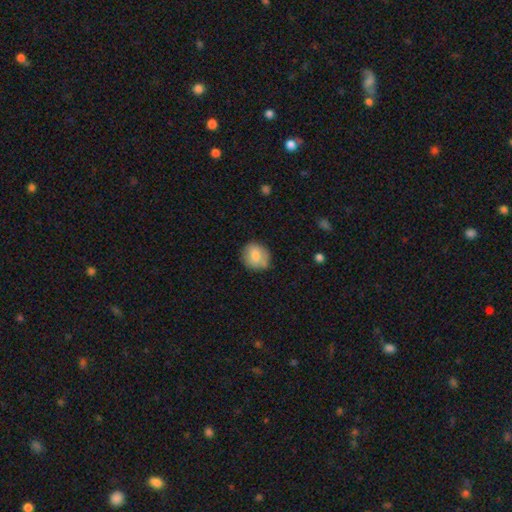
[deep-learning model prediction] The model was most divided on "how rounded": round: 75%, in between: 24%, cigar-shaped: 1%. More confident: smooth or featured — smooth (78%); merging — none (73%).